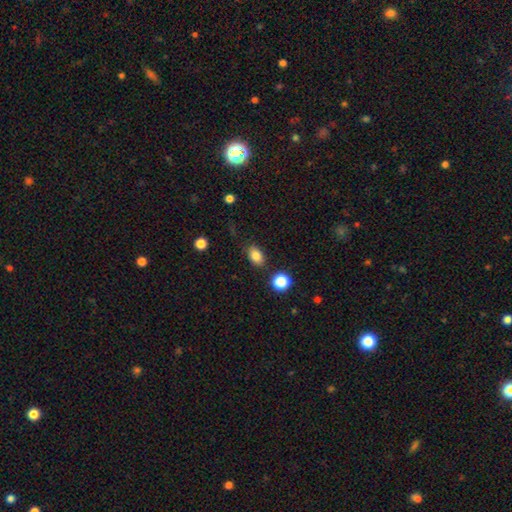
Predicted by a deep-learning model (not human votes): Overall: smooth (84%). How rounded: in between (79%). Merging: none (81%).